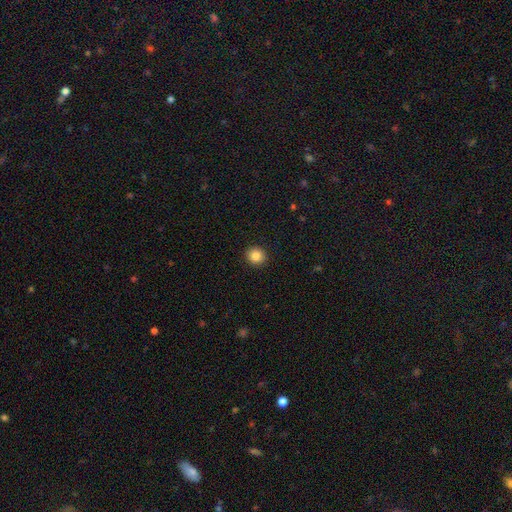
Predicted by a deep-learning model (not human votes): Q: Smooth or featured?
A: smooth (86%); runner-up: star or artifact (10%)
Q: How rounded?
A: round (89%); runner-up: in between (10%)
Q: Merging?
A: none (92%); runner-up: minor disturbance (5%)